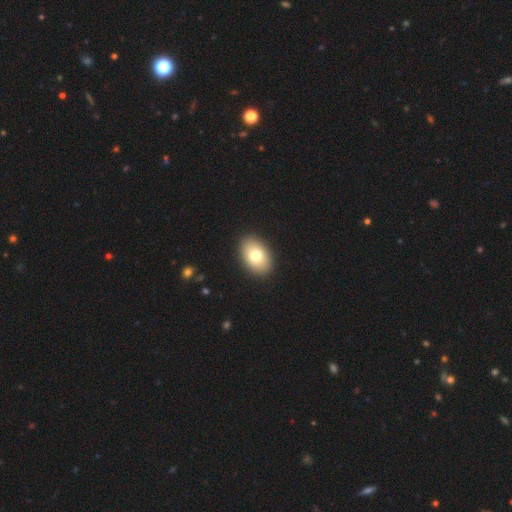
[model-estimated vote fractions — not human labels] Overall: smooth (78%). How rounded: in between (89%). Merging: none (91%).